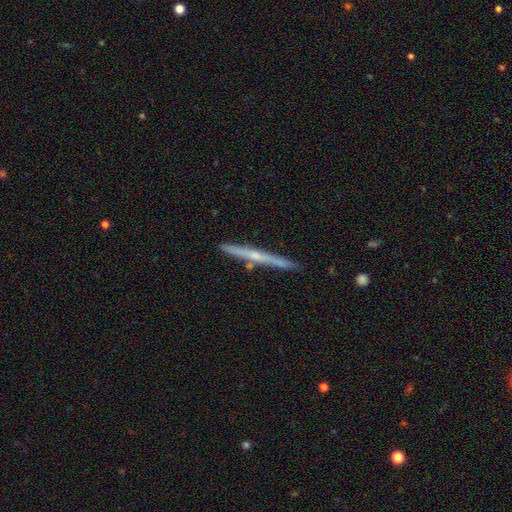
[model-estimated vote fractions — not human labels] Smooth or featured: featured or disk — 67% (smooth — 27%)
Edge-on disk: yes — 98% (no — 2%)
Edge-on bulge: rounded — 55% (none — 40%)
Merging: none — 88% (minor disturbance — 8%)